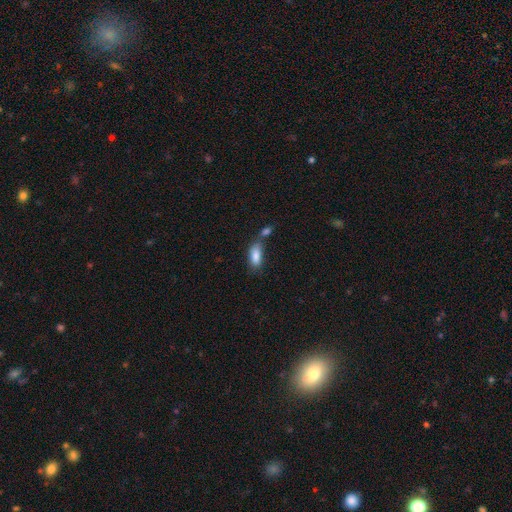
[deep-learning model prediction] Smooth or featured?
  - smooth: 84% *
  - featured or disk: 8%
  - star or artifact: 7%
How rounded?
  - in between: 87% *
  - cigar-shaped: 10%
  - round: 3%
Merging?
  - none: 42% *
  - merger: 37%
  - minor disturbance: 15%
  - major disturbance: 6%